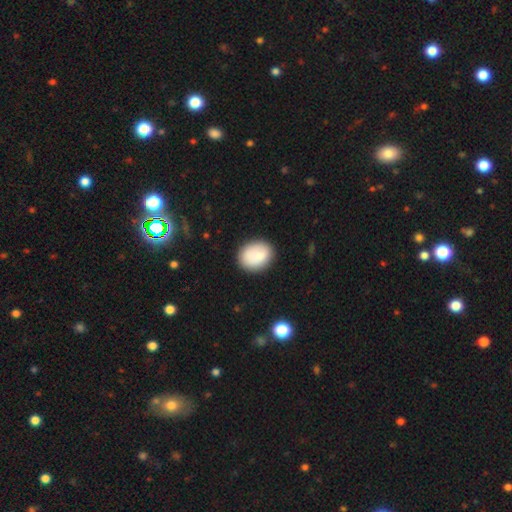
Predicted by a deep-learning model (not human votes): A smooth galaxy with no disk features (82%) that is in between round and cigar-shaped (55%).

Vote fractions:
- Smooth or featured? smooth: 82% / featured or disk: 11% / star or artifact: 7%
- How rounded? in between: 55% / round: 44% / cigar-shaped: 1%
- Merging? none: 79% / minor disturbance: 14% / merger: 4% / major disturbance: 4%